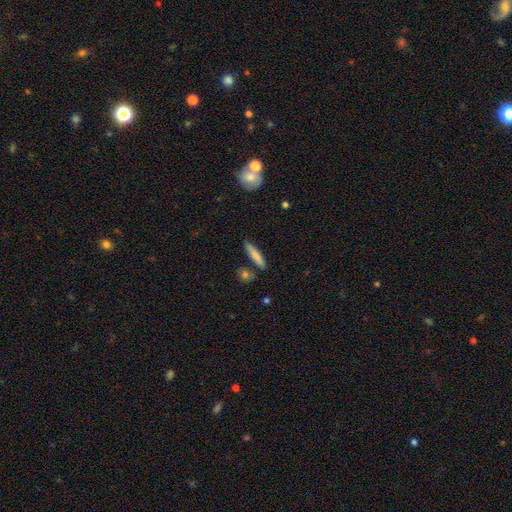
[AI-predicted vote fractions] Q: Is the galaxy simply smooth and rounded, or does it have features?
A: smooth — 78%.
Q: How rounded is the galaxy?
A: cigar-shaped — 87%.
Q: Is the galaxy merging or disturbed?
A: none — 80%.